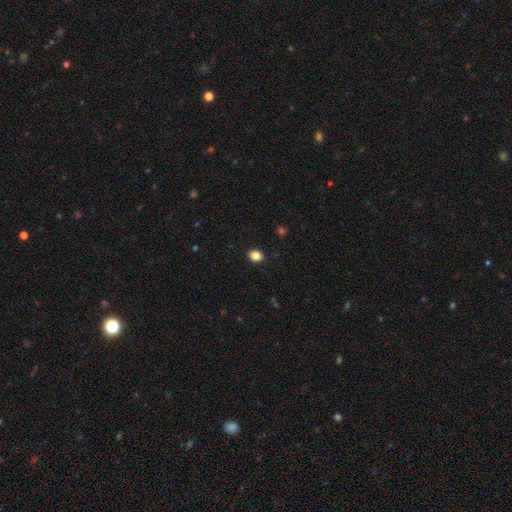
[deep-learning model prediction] Smooth or featured: smooth — 85% (star or artifact — 11%)
How rounded: round — 64% (in between — 35%)
Merging: none — 91% (minor disturbance — 6%)